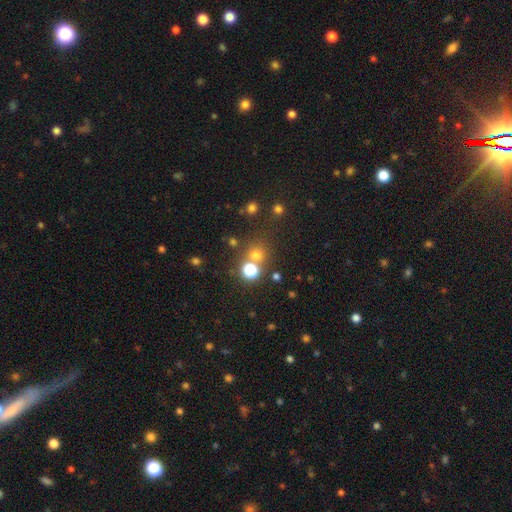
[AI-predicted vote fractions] Morphology: type=smooth (64%); roundness=round (89%); merging=none (70%).